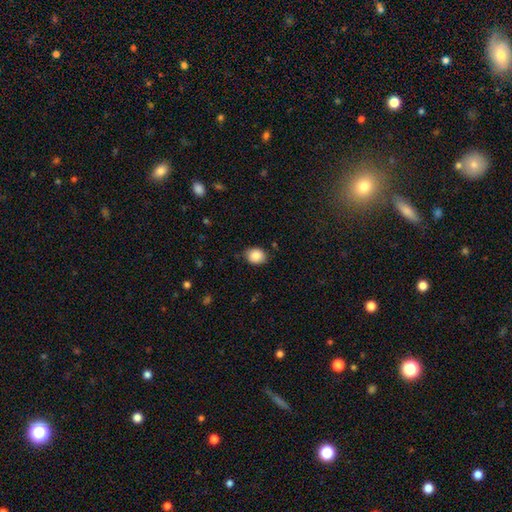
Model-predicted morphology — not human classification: smooth 87%, star or artifact 8%, featured or disk 5%. Down the decision tree: how rounded — round (53%); merging — none (81%).